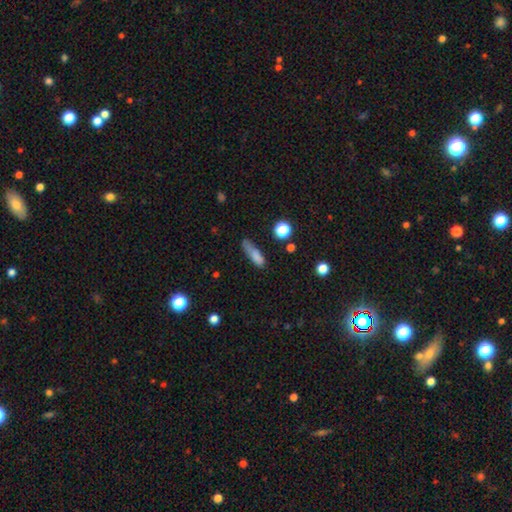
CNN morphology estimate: This is likely a smooth galaxy (77%). How rounded: possibly cigar-shaped (58%). Merging: possibly none (46%).